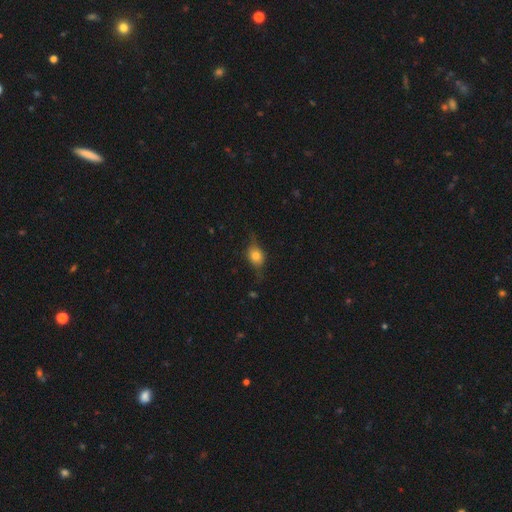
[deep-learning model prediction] Q: Smooth or featured?
A: smooth (62%); runner-up: featured or disk (28%)
Q: How rounded?
A: in between (53%); runner-up: round (43%)
Q: Merging?
A: none (61%); runner-up: minor disturbance (26%)